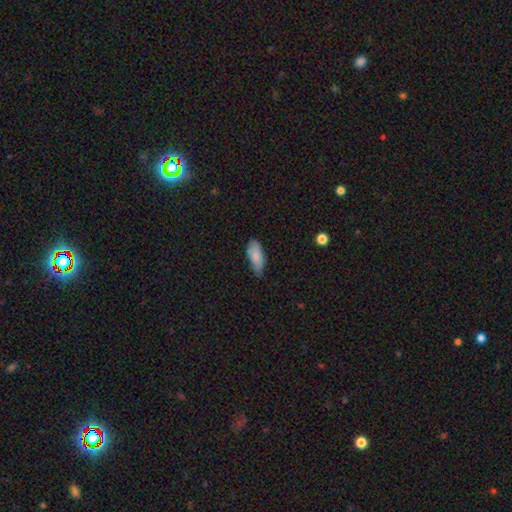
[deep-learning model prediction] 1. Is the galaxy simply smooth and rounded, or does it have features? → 85% smooth, 9% featured or disk, 6% star or artifact.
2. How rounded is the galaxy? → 80% in between, 18% cigar-shaped, 2% round.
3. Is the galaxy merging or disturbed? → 60% none, 33% minor disturbance, 5% major disturbance, 2% merger.